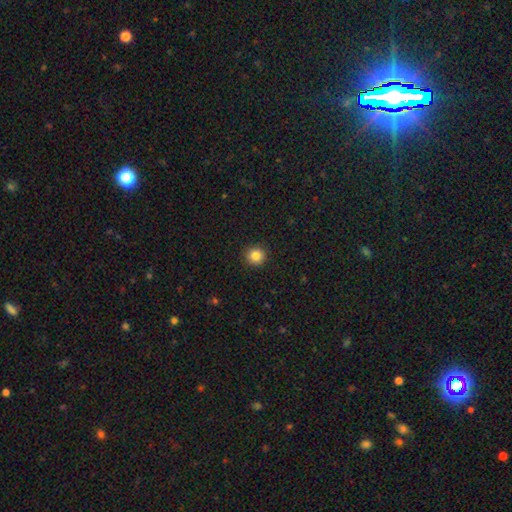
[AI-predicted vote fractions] smooth 85%, star or artifact 11%, featured or disk 5%. Down the decision tree: how rounded — round (95%); merging — none (93%).